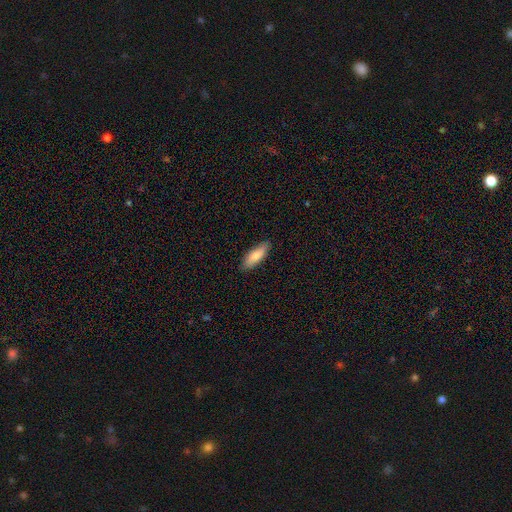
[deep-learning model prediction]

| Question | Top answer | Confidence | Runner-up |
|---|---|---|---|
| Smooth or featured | smooth | 79% | featured or disk (15%) |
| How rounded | in between | 54% | cigar-shaped (45%) |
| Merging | none | 87% | minor disturbance (10%) |